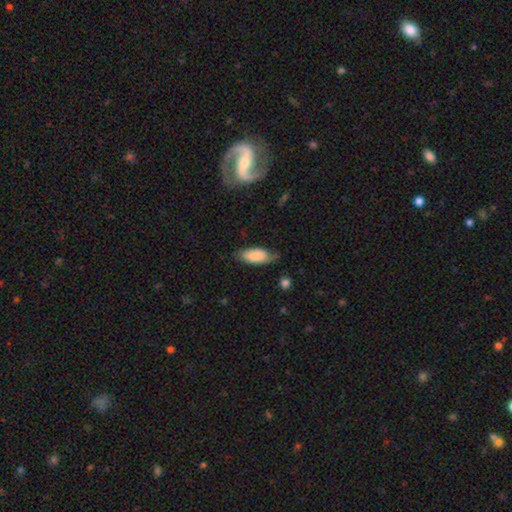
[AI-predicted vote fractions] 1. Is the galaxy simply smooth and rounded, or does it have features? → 81% smooth, 12% featured or disk, 6% star or artifact.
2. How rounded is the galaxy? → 84% in between, 14% cigar-shaped, 2% round.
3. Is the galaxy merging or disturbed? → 65% none, 28% minor disturbance, 6% major disturbance, 2% merger.